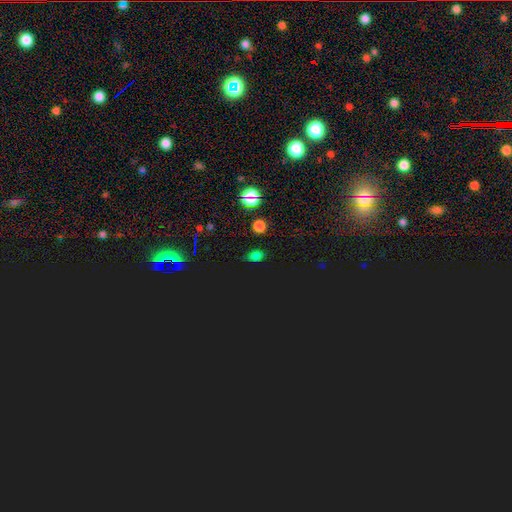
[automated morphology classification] Overall: smooth (51%; star or artifact 44%). How rounded: in between (60%; round 37%). Merging: none (80%).